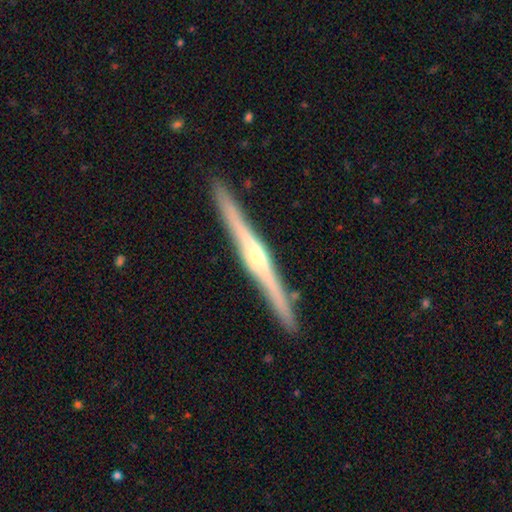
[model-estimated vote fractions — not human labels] Q: Smooth or featured?
A: featured or disk (81%); runner-up: smooth (14%)
Q: Edge-on disk?
A: yes (98%); runner-up: no (2%)
Q: Edge-on bulge?
A: rounded (73%); runner-up: none (15%)
Q: Merging?
A: none (92%); runner-up: minor disturbance (6%)